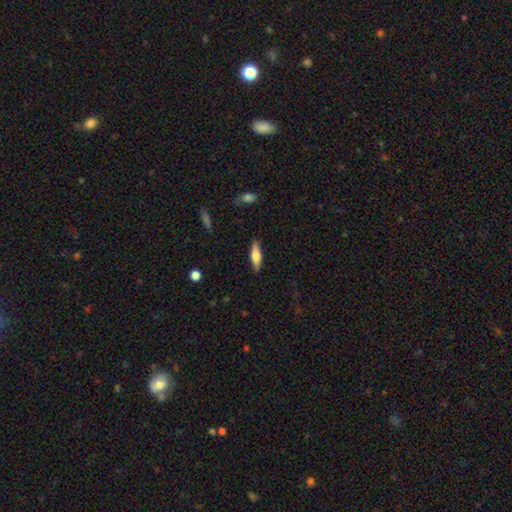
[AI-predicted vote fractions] Morphology: type=smooth (61%); roundness=cigar-shaped (51%); merging=none (86%).